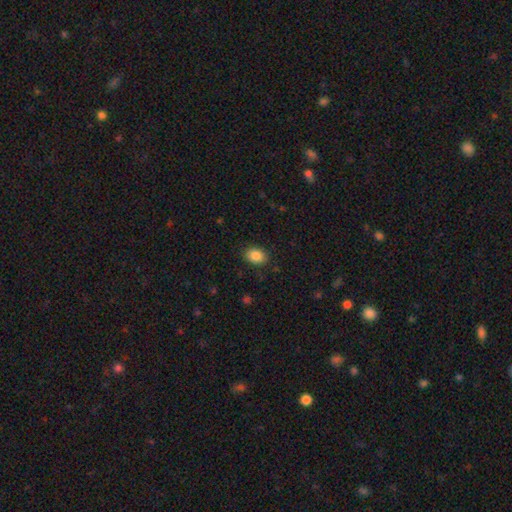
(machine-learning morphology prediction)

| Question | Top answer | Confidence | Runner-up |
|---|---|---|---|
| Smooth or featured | smooth | 87% | star or artifact (8%) |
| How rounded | in between | 74% | round (25%) |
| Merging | none | 87% | minor disturbance (9%) |